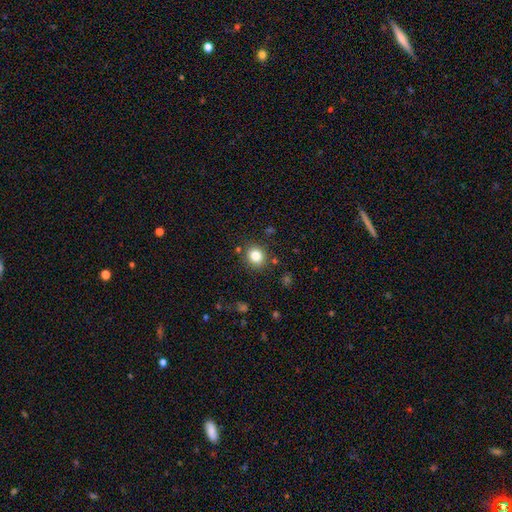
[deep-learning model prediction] Overall: smooth (83%). How rounded: round (74%). Merging: none (85%).